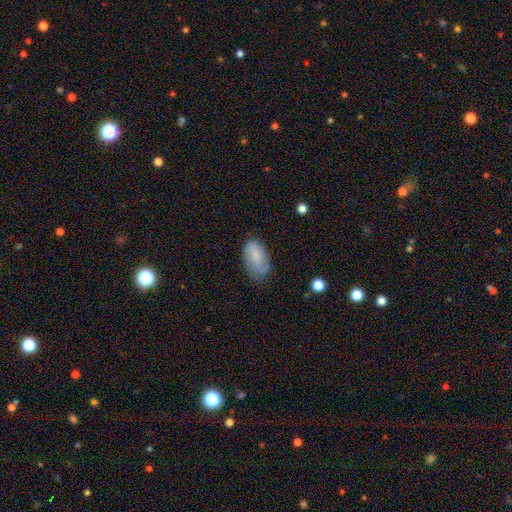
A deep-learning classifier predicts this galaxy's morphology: A smooth galaxy with no disk features (70%) that is in between round and cigar-shaped (93%).

Vote fractions:
- Smooth or featured? smooth: 70% / featured or disk: 22% / star or artifact: 8%
- How rounded? in between: 93% / round: 4% / cigar-shaped: 3%
- Merging? none: 55% / minor disturbance: 33% / major disturbance: 11% / merger: 2%